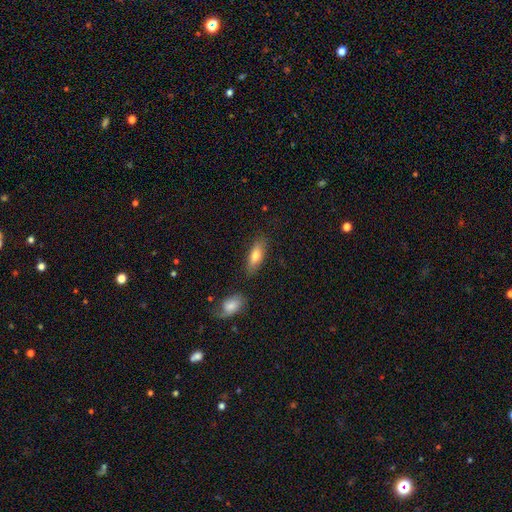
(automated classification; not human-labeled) This is likely a smooth galaxy (75%). How rounded: likely in between (70%). Merging: likely none (80%).